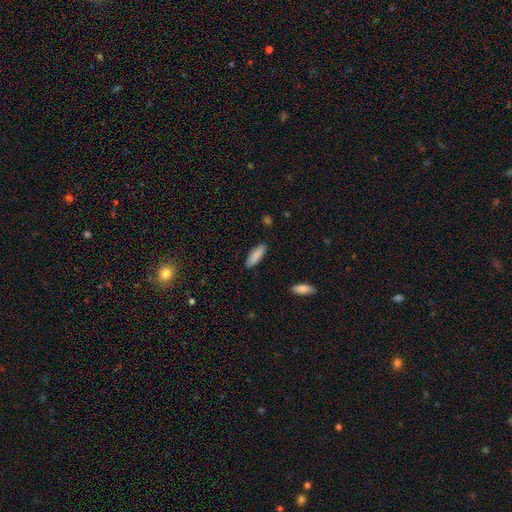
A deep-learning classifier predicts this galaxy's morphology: Smooth or featured? smooth (88%)
How rounded? in between (50%)
Merging? none (88%)